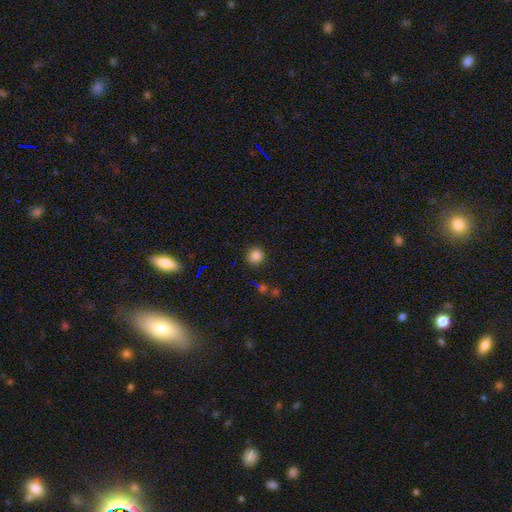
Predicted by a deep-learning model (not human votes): This appears to be a smooth galaxy with no disk features (83%) that is round (91%). Merging: none (88%).